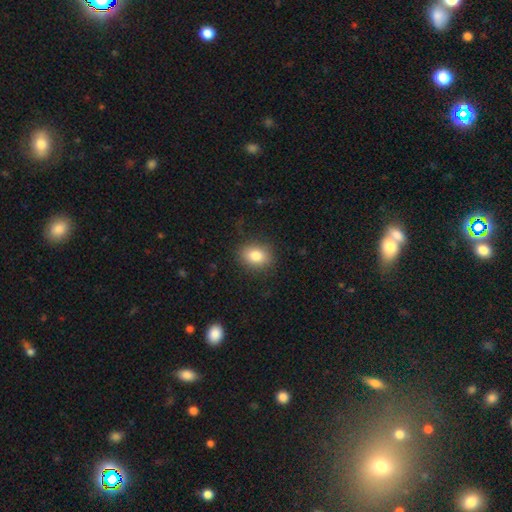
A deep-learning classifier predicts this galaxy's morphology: type=smooth (82%); roundness=in between (60%); merging=none (85%).